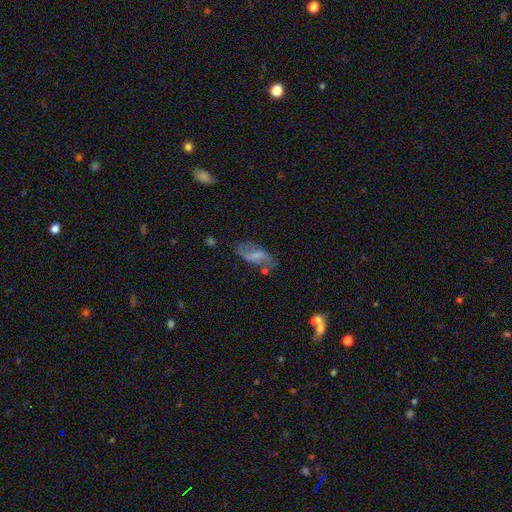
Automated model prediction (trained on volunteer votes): smooth-or-featured: featured or disk: 51% | smooth: 41% | star or artifact: 9%
  disk-edge-on: no: 91% | yes: 9%
  merging: none: 65% | minor disturbance: 21% | major disturbance: 9% | merger: 5%